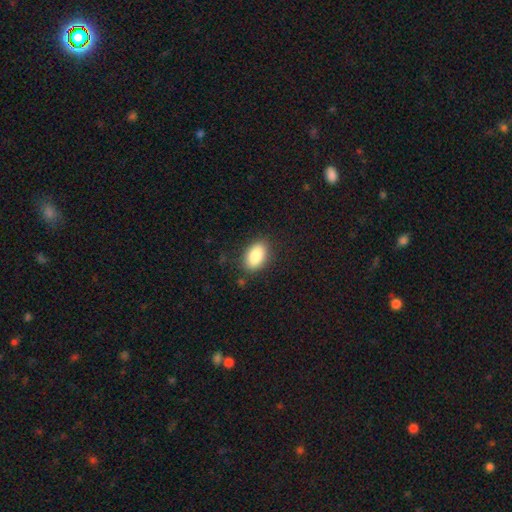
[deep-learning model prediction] A smooth galaxy with no disk features (88%) that is in between round and cigar-shaped (92%). Merging: none (85%).